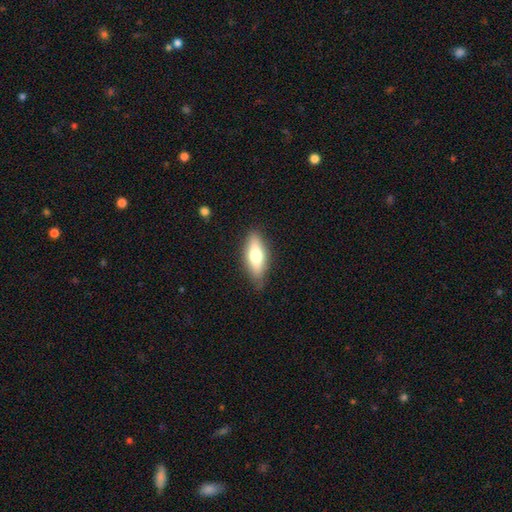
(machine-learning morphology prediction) A smooth galaxy with no disk features (65%) that is in between round and cigar-shaped (67%). Merging: none (81%).